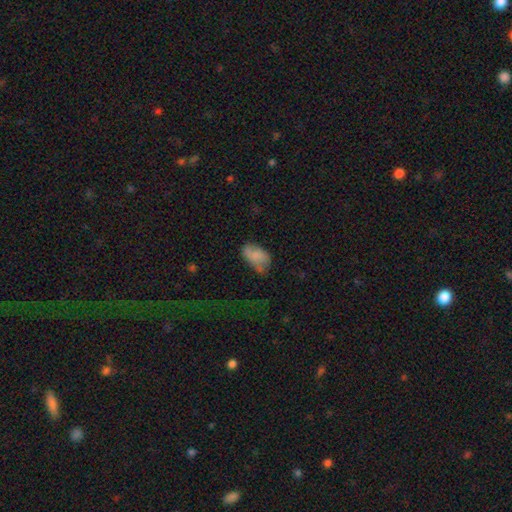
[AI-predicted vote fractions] Smooth or featured? Predicted: smooth (p=0.72). How rounded? Predicted: in between (p=0.92). Merging? Predicted: none (p=0.48).